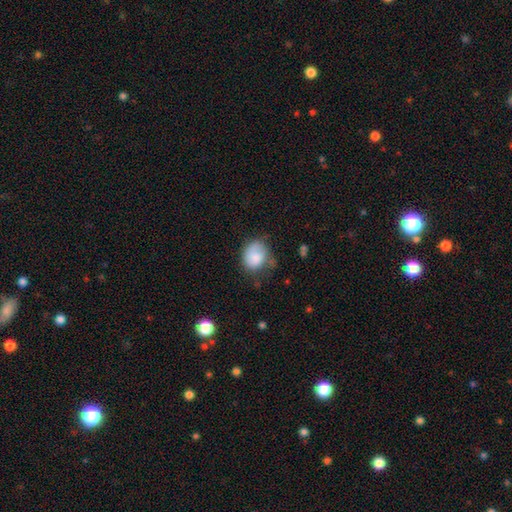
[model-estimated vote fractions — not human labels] This appears to be a smooth galaxy with no disk features (78%) that is round (50%). Merging: none (47%).